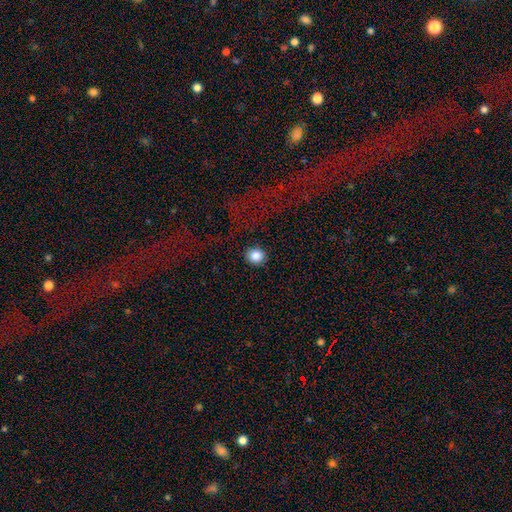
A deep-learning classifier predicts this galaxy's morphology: Smooth or featured? Predicted: smooth (p=0.85). How rounded? Predicted: round (p=0.83). Merging? Predicted: none (p=0.89).